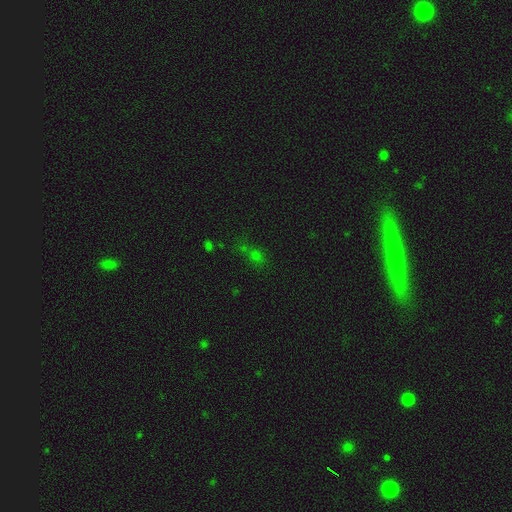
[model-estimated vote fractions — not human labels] A smooth galaxy with no disk features (47%).

Vote fractions:
- Smooth or featured? smooth: 47% / star or artifact: 41% / featured or disk: 11%
- Merging? none: 54% / merger: 18% / minor disturbance: 17% / major disturbance: 11%